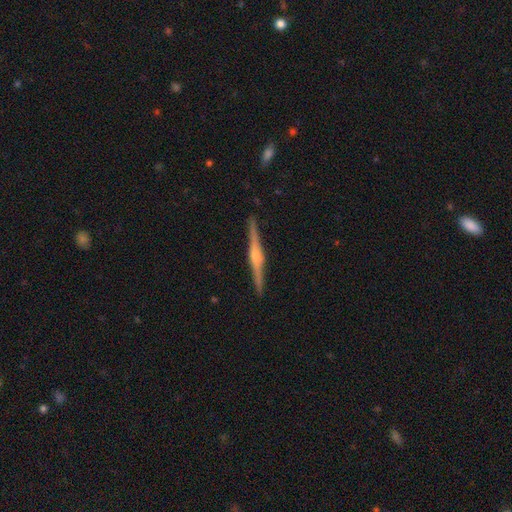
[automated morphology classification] smooth_or_featured: featured or disk (p=0.83) [alt: smooth p=0.11]
disk_edge_on: yes (p=0.98) [alt: no p=0.02]
edge_on_bulge: rounded (p=0.82) [alt: boxy p=0.10]
merging: none (p=0.92) [alt: minor disturbance p=0.06]